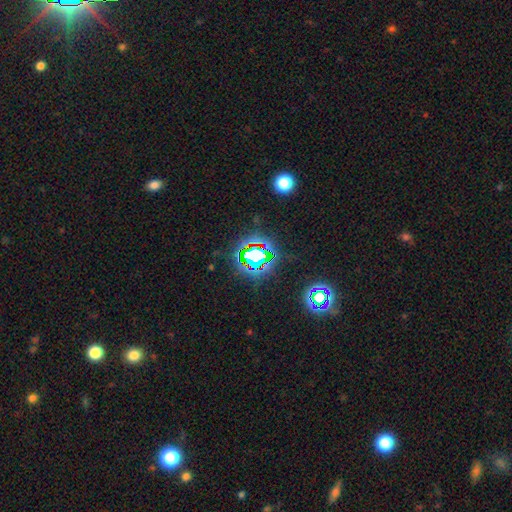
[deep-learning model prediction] Smooth or featured? star or artifact (74%)